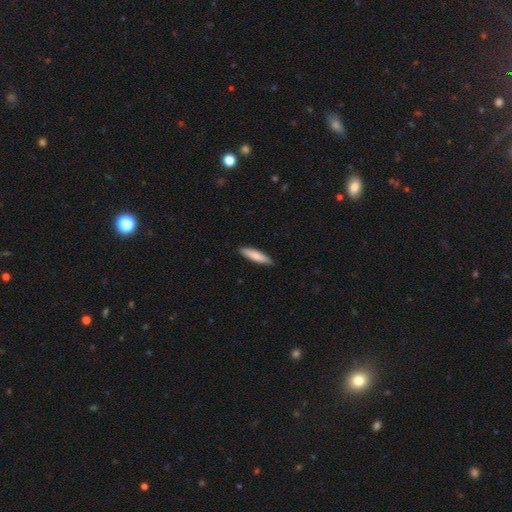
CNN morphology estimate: Overall: smooth (81%). How rounded: cigar-shaped (76%). Merging: none (87%).